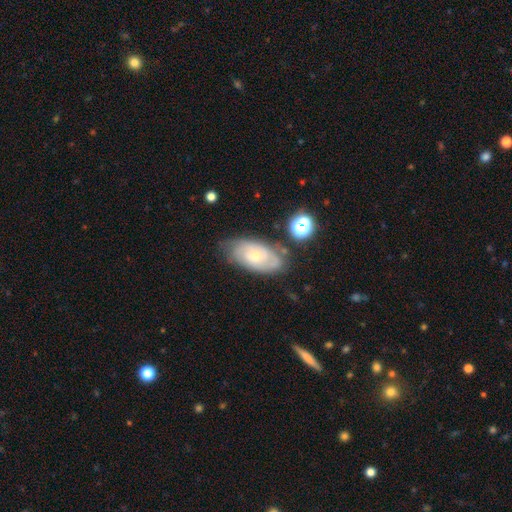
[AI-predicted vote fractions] Smooth or featured? featured or disk (70%)
Edge-on disk? no (94%)
Bar? no (73%)
Spiral arms? yes (89%)
Spiral winding? tight (64%)
Spiral arm count? can't tell (41%)
Bulge size? small (56%)
Merging? none (66%)